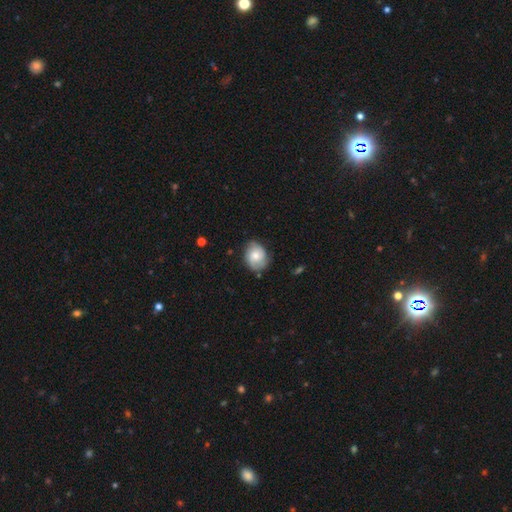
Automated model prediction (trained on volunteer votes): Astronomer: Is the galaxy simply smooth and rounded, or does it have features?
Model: featured or disk — 50% (runner-up: smooth, 43%).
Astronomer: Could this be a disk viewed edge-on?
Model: no — 97%.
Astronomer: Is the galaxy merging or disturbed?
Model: none — 72%.